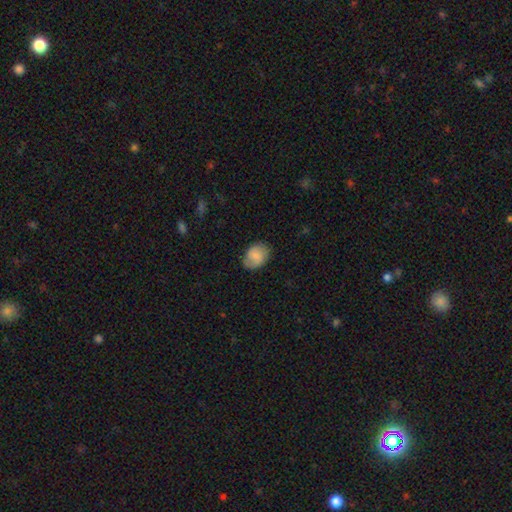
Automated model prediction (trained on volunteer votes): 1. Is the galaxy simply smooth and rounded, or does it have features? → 67% smooth, 25% featured or disk, 8% star or artifact.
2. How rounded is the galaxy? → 65% in between, 34% round, 1% cigar-shaped.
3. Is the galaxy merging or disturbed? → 70% none, 22% minor disturbance, 6% major disturbance, 1% merger.